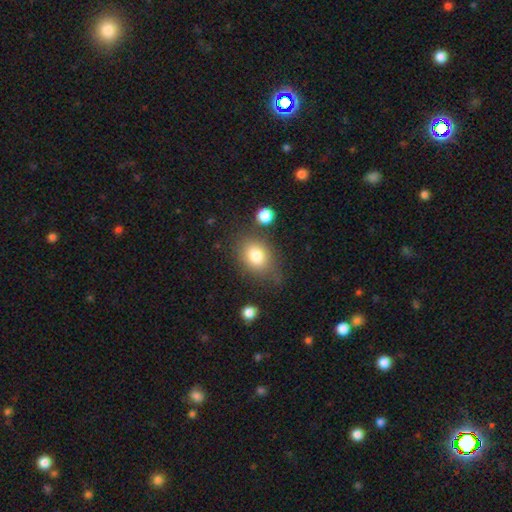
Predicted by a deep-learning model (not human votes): Overall: smooth (80%). How rounded: in between (63%; round 36%). Merging: none (63%).